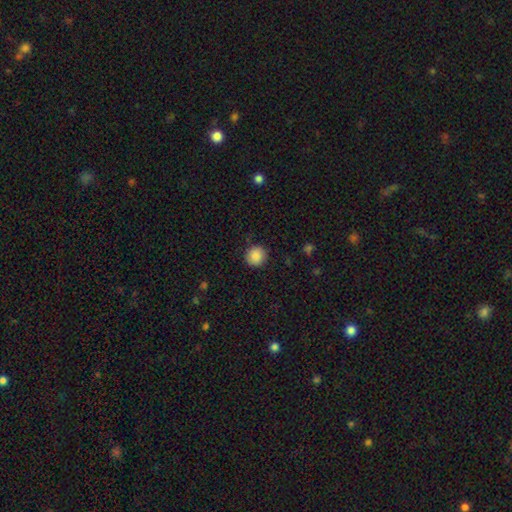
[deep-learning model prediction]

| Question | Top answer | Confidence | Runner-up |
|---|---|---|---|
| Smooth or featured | smooth | 88% | star or artifact (9%) |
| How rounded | round | 91% | in between (8%) |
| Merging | none | 89% | minor disturbance (8%) |